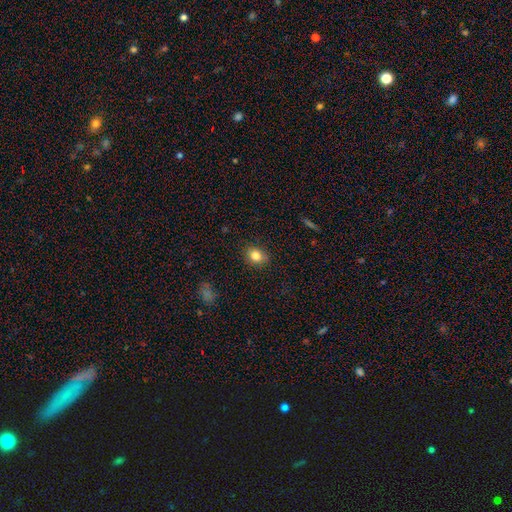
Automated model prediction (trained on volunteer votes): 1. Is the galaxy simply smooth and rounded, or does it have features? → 83% smooth, 11% star or artifact, 7% featured or disk.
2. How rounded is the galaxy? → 57% round, 42% in between, 1% cigar-shaped.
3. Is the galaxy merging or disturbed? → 85% none, 12% minor disturbance, 3% major disturbance, 1% merger.